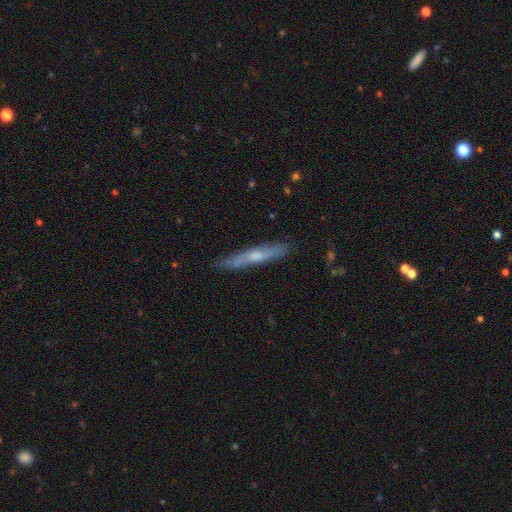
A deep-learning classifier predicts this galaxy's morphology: This appears to be a featured or disk galaxy (53%) viewed edge-on (88%). Merging: none (84%).